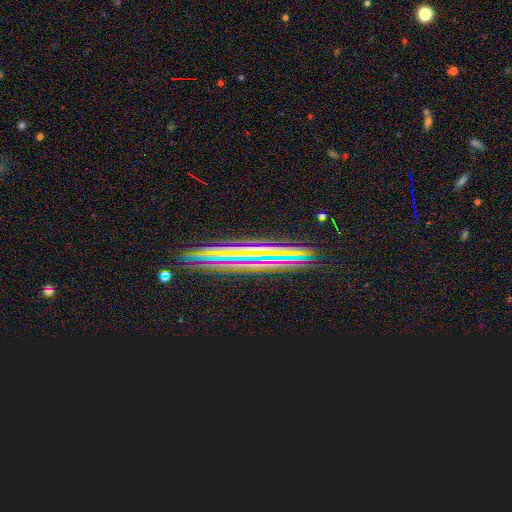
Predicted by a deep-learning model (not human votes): featured or disk 47%, star or artifact 33%, smooth 19%. Down the decision tree: merging — none (86%).